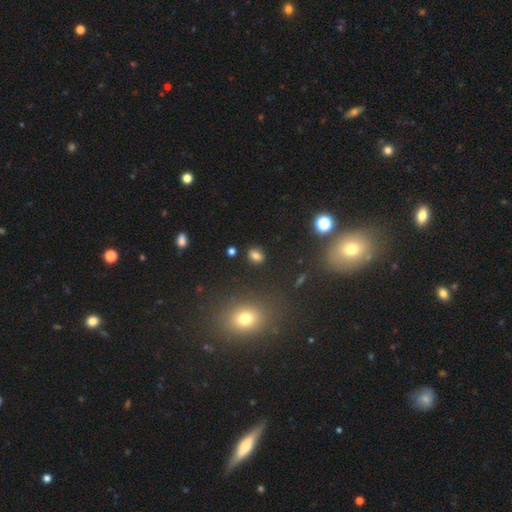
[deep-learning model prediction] A smooth galaxy with no disk features (76%) that is in between round and cigar-shaped (54%). Merging: none (84%).